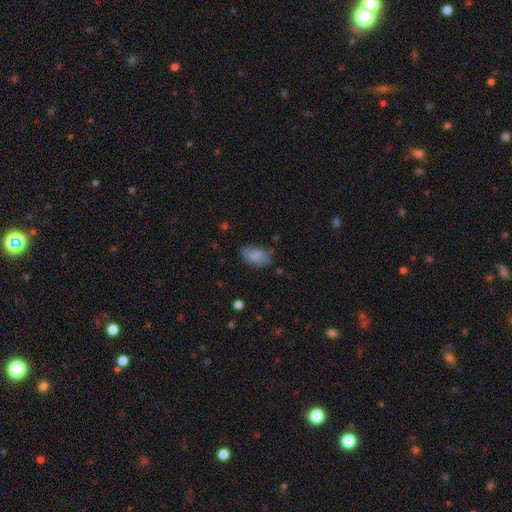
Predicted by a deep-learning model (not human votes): smooth-or-featured: smooth: 72% | featured or disk: 20% | star or artifact: 8%
  how-rounded: in between: 90% | round: 8% | cigar-shaped: 2%
  merging: none: 63% | minor disturbance: 26% | major disturbance: 8% | merger: 3%